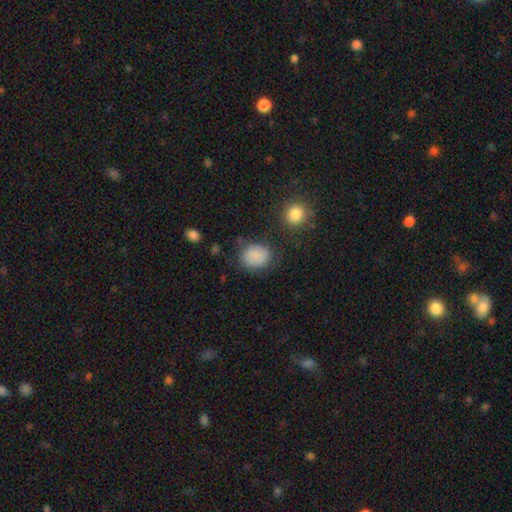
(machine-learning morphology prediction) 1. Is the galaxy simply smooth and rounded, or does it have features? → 84% smooth, 9% star or artifact, 7% featured or disk.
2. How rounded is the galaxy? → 52% round, 47% in between, 1% cigar-shaped.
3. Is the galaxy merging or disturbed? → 73% none, 17% minor disturbance, 6% major disturbance, 3% merger.